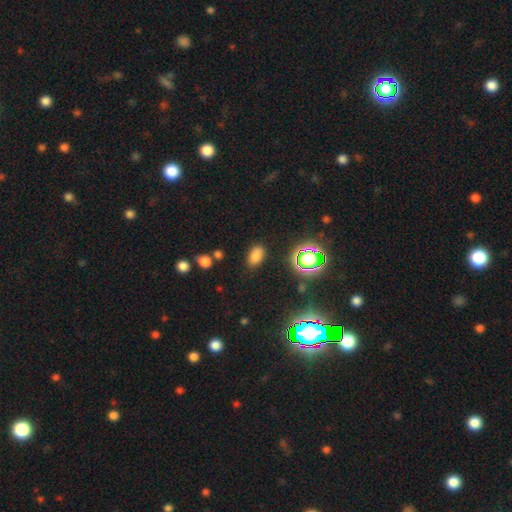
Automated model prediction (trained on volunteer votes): Q: Smooth or featured?
A: smooth (75%); runner-up: star or artifact (18%)
Q: How rounded?
A: in between (89%); runner-up: round (9%)
Q: Merging?
A: none (83%); runner-up: minor disturbance (11%)